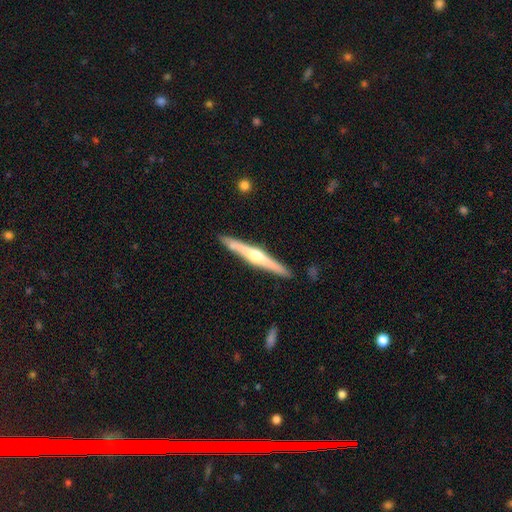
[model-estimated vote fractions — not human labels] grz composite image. It shows a featured or disk galaxy (74%) viewed edge-on (98%) with a rounded central bulge (88%). Merging: none (89%).